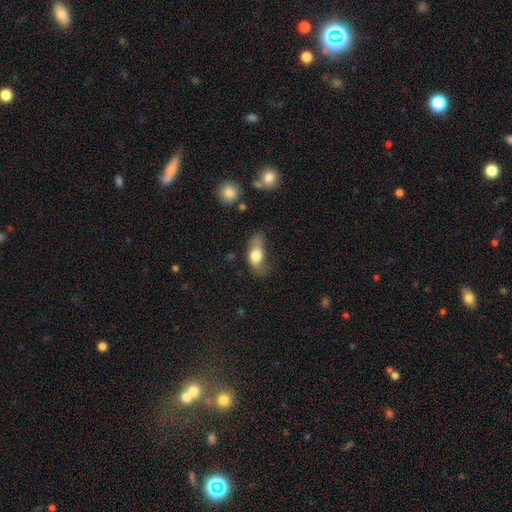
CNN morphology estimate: This is likely a smooth galaxy (68%). How rounded: clearly in between (80%). Merging: marginally none (44%).